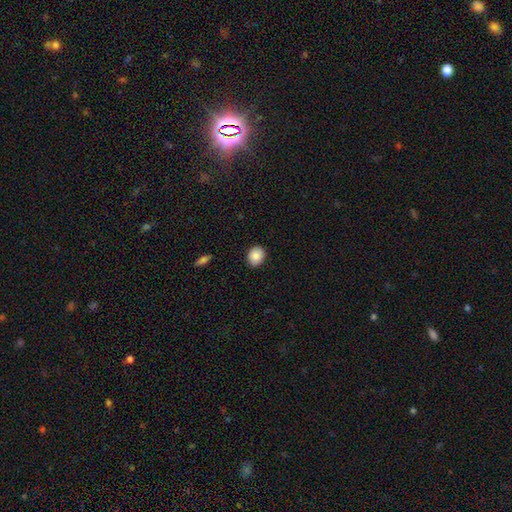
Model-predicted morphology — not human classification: Smooth or featured? smooth (88%)
How rounded? round (56%)
Merging? none (89%)